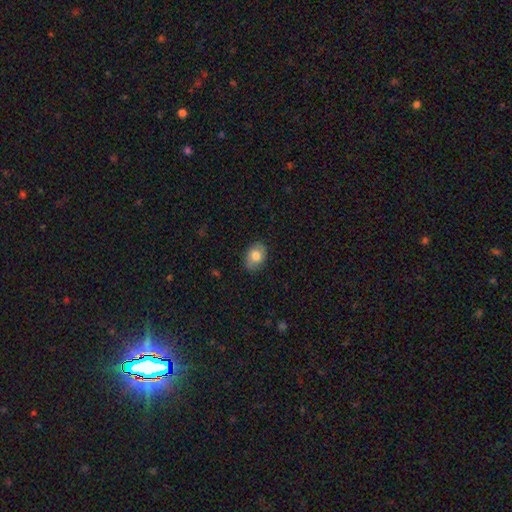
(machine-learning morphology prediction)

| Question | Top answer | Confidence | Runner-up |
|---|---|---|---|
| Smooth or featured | smooth | 76% | featured or disk (16%) |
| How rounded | in between | 70% | round (29%) |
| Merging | none | 84% | minor disturbance (13%) |